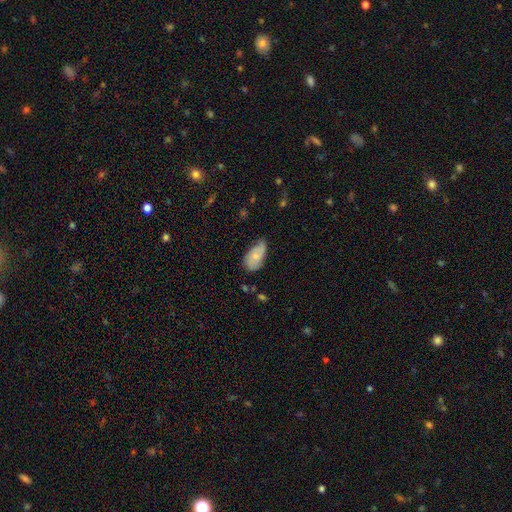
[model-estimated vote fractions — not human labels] Morphology: type=smooth (64%); roundness=in between (93%); merging=none (46%).